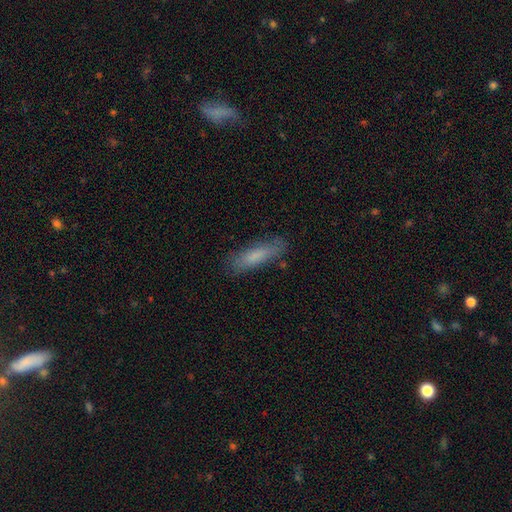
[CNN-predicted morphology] This appears to be a smooth galaxy with no disk features (75%) that is cigar-shaped (68%). Merging: none (79%).